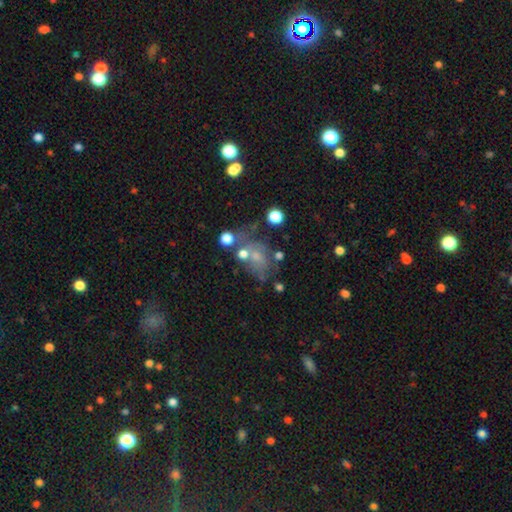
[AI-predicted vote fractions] Overall: featured or disk (40%; smooth 33%). Merging: none (42%; major disturbance 22%).